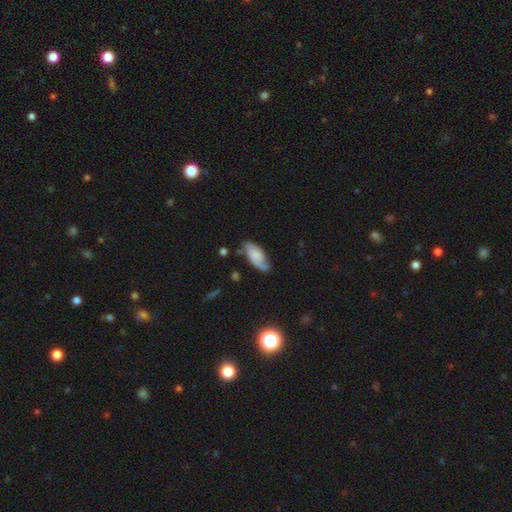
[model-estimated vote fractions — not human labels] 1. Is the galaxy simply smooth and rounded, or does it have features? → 54% smooth, 38% featured or disk, 8% star or artifact.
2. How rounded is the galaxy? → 88% in between, 10% cigar-shaped, 3% round.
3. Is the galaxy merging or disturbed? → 53% none, 30% minor disturbance, 12% major disturbance, 4% merger.